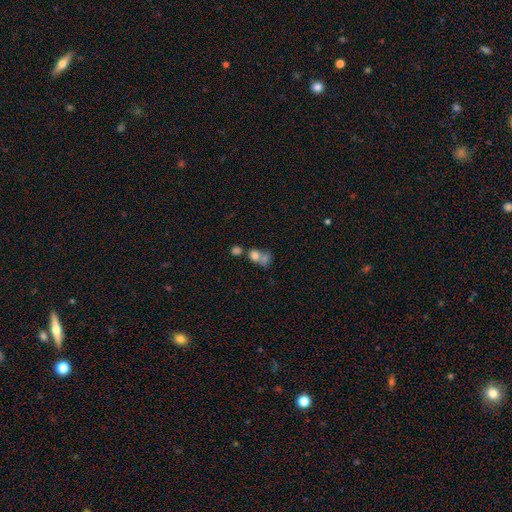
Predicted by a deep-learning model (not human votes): Morphology: type=smooth (71%); roundness=round (58%); merging=merger (63%).